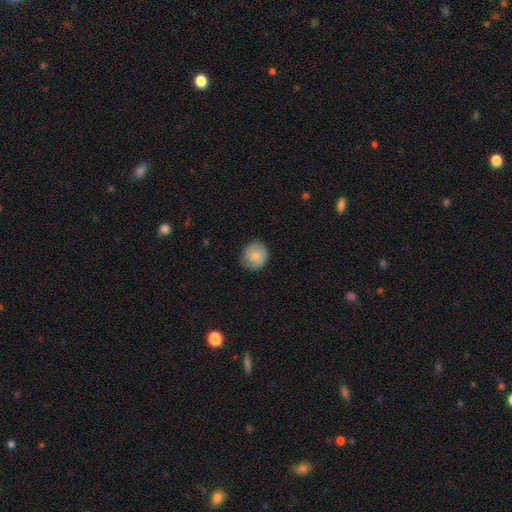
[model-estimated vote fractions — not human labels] Smooth or featured? Predicted: smooth (p=0.75). How rounded? Predicted: round (p=0.84). Merging? Predicted: none (p=0.77).